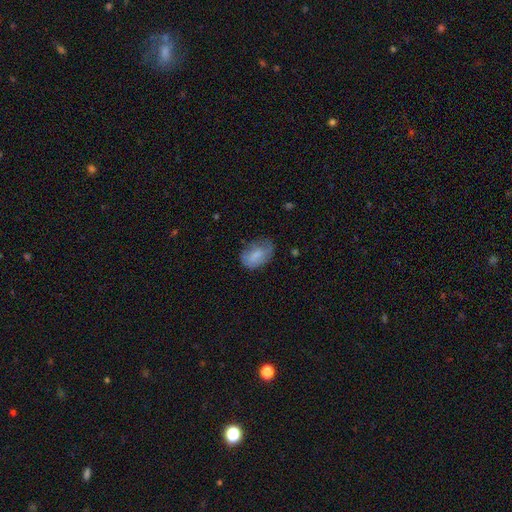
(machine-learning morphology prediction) Smooth or featured?
  - smooth: 73% *
  - featured or disk: 19%
  - star or artifact: 8%
How rounded?
  - in between: 84% *
  - round: 14%
  - cigar-shaped: 2%
Merging?
  - none: 55% *
  - minor disturbance: 31%
  - major disturbance: 13%
  - merger: 2%